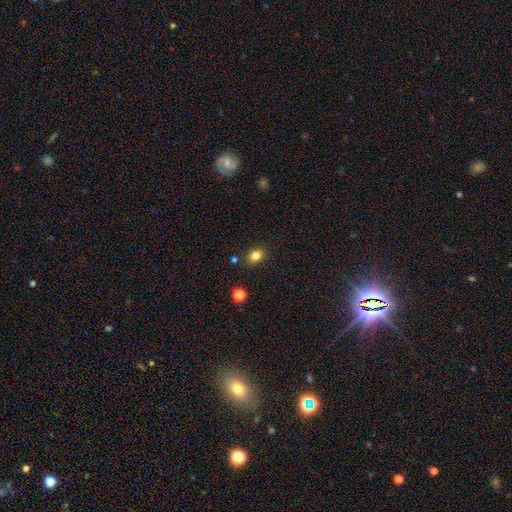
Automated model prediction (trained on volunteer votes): Smooth or featured: smooth — 82% (star or artifact — 12%)
How rounded: in between — 59% (round — 40%)
Merging: none — 85% (minor disturbance — 10%)